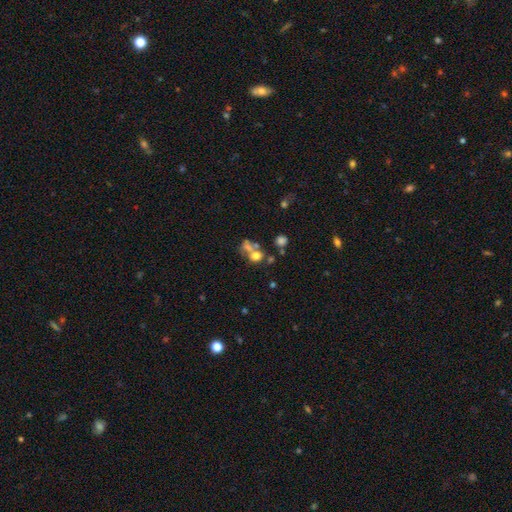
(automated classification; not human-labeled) Smooth or featured? Predicted: smooth (p=0.59). How rounded? Predicted: round (p=0.63). Merging? Predicted: merger (p=0.49).